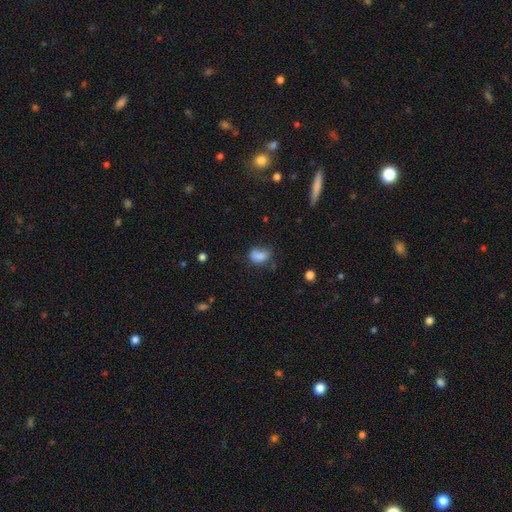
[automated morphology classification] A smooth galaxy with no disk features (80%) that is in between round and cigar-shaped (75%). Merging: none (42%).